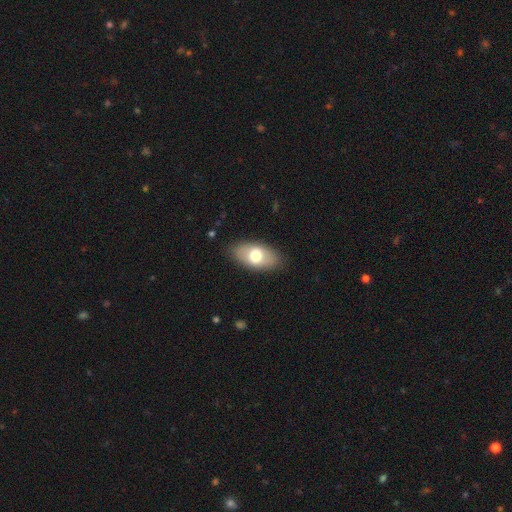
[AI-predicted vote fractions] Morphology: type=smooth (68%); roundness=in between (92%); merging=none (86%).